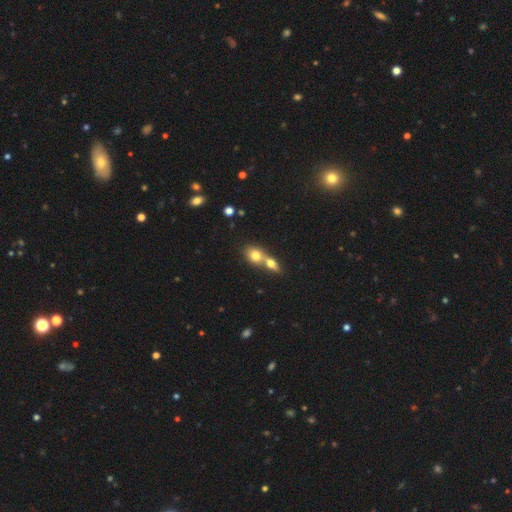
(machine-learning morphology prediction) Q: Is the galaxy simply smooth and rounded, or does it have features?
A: smooth — 74%.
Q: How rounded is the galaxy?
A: round — 49%.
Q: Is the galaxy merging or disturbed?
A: merger — 69%.